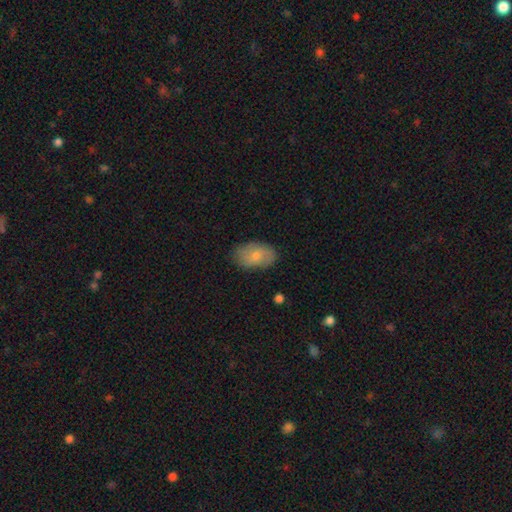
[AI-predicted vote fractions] Q: Smooth or featured?
A: smooth (71%); runner-up: featured or disk (23%)
Q: How rounded?
A: in between (90%); runner-up: round (9%)
Q: Merging?
A: none (78%); runner-up: minor disturbance (17%)